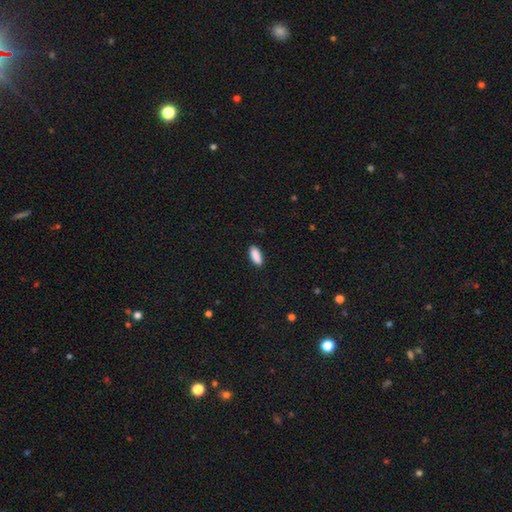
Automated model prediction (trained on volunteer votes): Smooth or featured: smooth — 90% (star or artifact — 6%)
How rounded: in between — 76% (cigar-shaped — 22%)
Merging: none — 88% (minor disturbance — 9%)